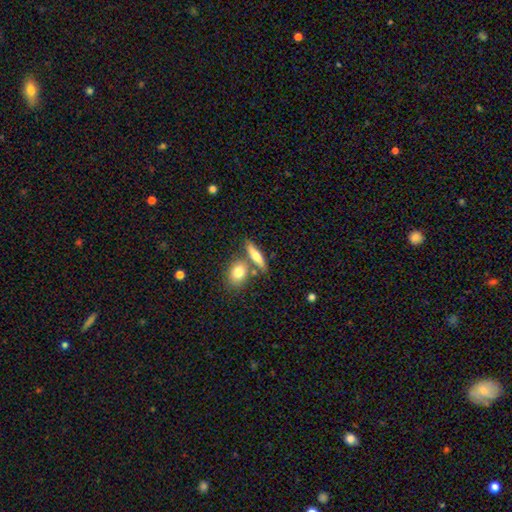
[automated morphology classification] Overall: smooth (63%; featured or disk 31%). How rounded: cigar-shaped (53%; in between 38%). Merging: none (62%; merger 24%).